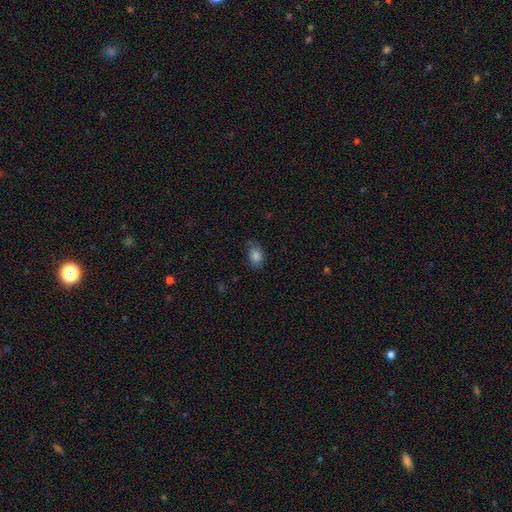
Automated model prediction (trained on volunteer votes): A smooth galaxy with no disk features (83%) that is in between round and cigar-shaped (79%).

Vote fractions:
- Smooth or featured? smooth: 83% / star or artifact: 10% / featured or disk: 7%
- How rounded? in between: 79% / round: 20% / cigar-shaped: 2%
- Merging? none: 70% / minor disturbance: 23% / major disturbance: 5% / merger: 2%